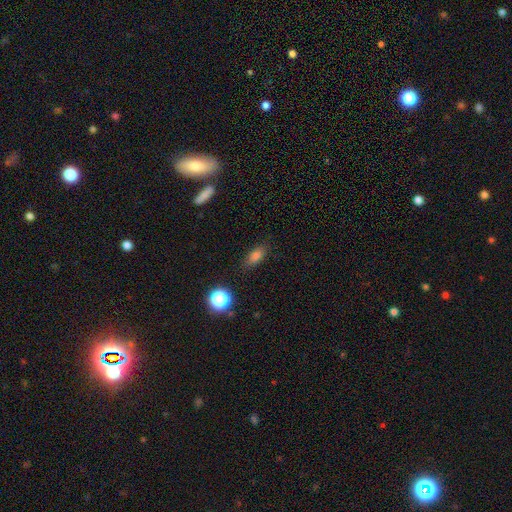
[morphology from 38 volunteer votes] This is likely a smooth galaxy (79%). How rounded: likely in between (77%). Merging: clearly none (86%).